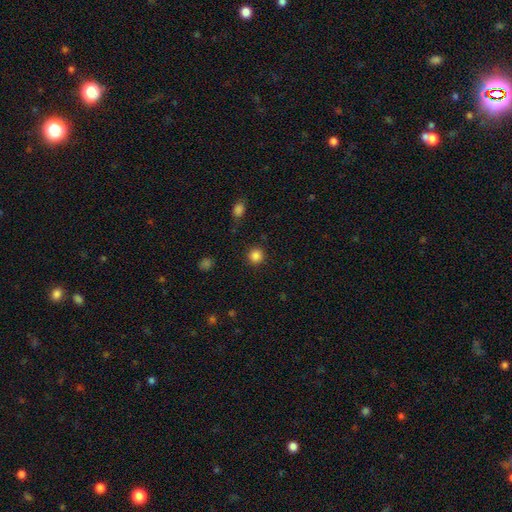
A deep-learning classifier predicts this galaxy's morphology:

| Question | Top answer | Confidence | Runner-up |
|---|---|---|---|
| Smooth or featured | smooth | 86% | star or artifact (11%) |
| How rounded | round | 93% | in between (6%) |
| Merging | none | 89% | minor disturbance (7%) |